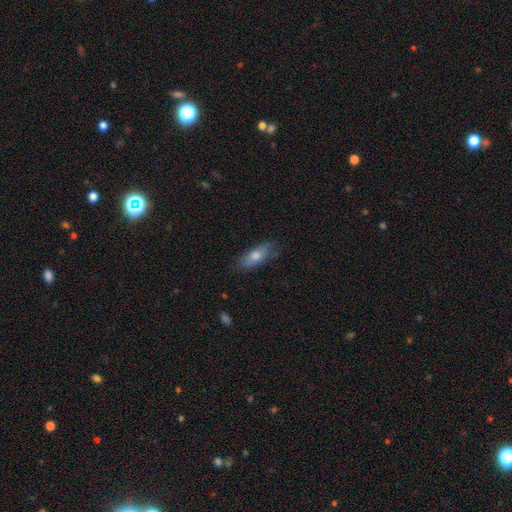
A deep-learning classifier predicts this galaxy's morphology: Overall: smooth (72%). How rounded: in between (67%; cigar-shaped 30%). Merging: none (73%).